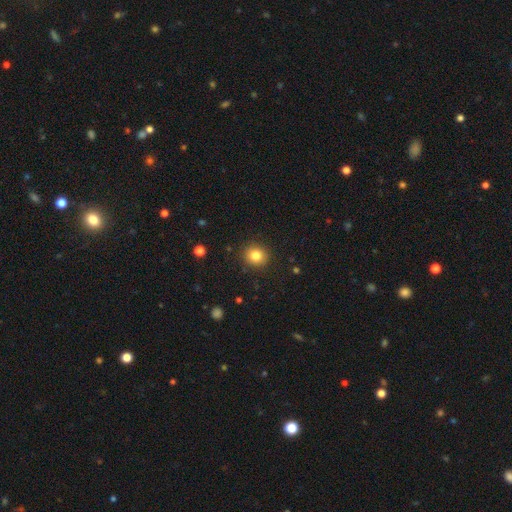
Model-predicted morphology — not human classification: Smooth or featured? smooth (82%)
How rounded? round (88%)
Merging? none (90%)